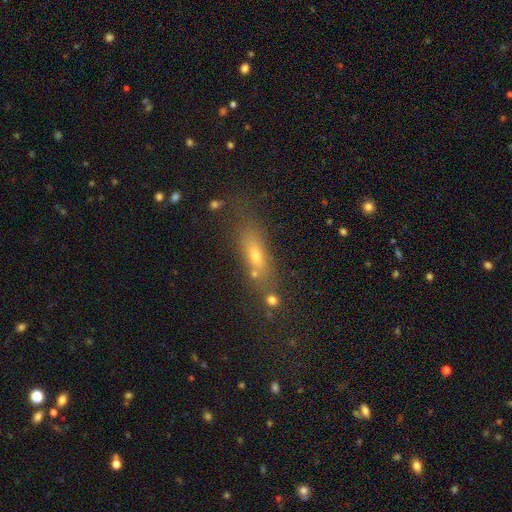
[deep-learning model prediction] Smooth or featured?
  - smooth: 62% *
  - featured or disk: 23%
  - star or artifact: 15%
How rounded?
  - in between: 47% * (tied)
  - cigar-shaped: 47% * (tied)
  - round: 6%
Merging?
  - none: 63% *
  - minor disturbance: 17%
  - merger: 12%
  - major disturbance: 8%